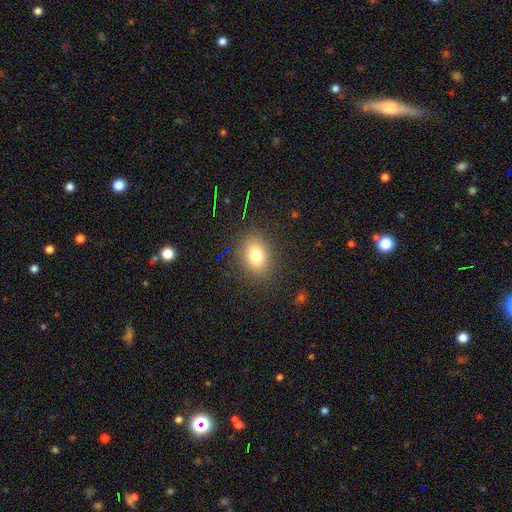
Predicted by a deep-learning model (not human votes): Smooth or featured: smooth — 77% (star or artifact — 13%)
How rounded: in between — 63% (round — 35%)
Merging: none — 86% (minor disturbance — 9%)